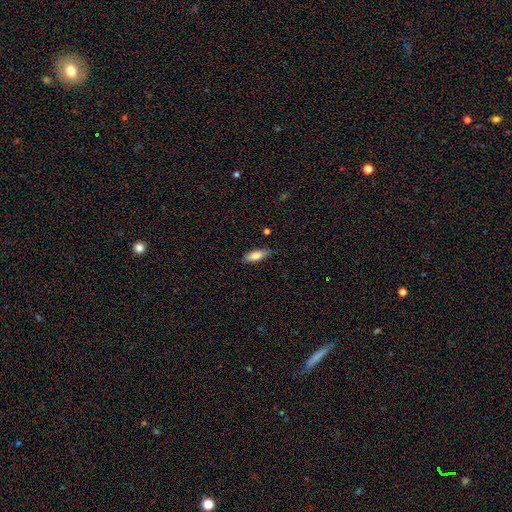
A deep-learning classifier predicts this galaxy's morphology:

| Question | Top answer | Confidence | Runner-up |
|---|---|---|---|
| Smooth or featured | smooth | 79% | featured or disk (14%) |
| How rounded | in between | 73% | cigar-shaped (25%) |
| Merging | none | 81% | minor disturbance (15%) |